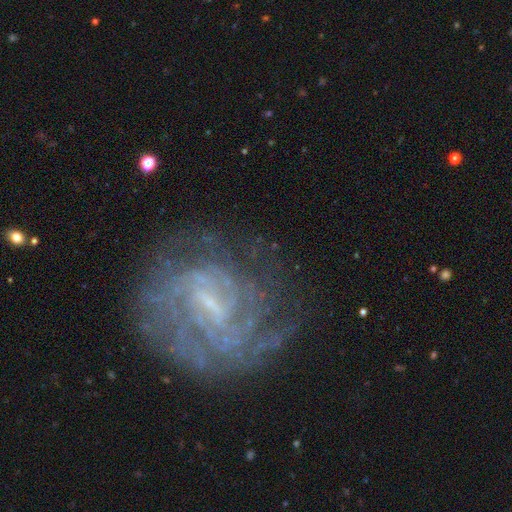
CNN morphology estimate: A featured or disk galaxy (83%) with a weak bar (54%), tight (65%) spiral arms (89%) and a small central bulge (55%).

Vote fractions:
- Smooth or featured? featured or disk: 83% / star or artifact: 9% / smooth: 8%
- Edge-on disk? no: 97% / yes: 3%
- Bar? weak: 54% / strong: 26% / no: 19%
- Spiral arms? yes: 89% / no: 11%
- Spiral winding? tight: 65% / medium: 27% / loose: 8%
- Spiral arm count? can't tell: 48% / 2: 13% / 3: 12% / 4: 12% / more than 4: 7% / 1: 6%
- Bulge size? small: 55% / none: 27% / moderate: 15% / large: 2% / dominant: 1%
- Merging? none: 69% / minor disturbance: 16% / major disturbance: 13% / merger: 2%